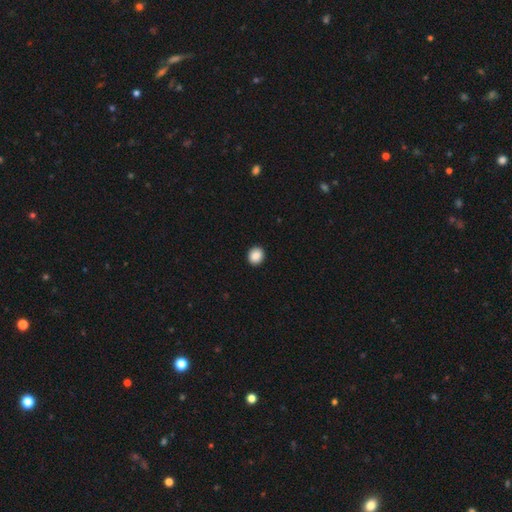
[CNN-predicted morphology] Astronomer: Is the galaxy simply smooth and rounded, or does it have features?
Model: smooth — 89%.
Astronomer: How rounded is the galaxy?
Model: round — 76%.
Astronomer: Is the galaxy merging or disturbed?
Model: none — 93%.